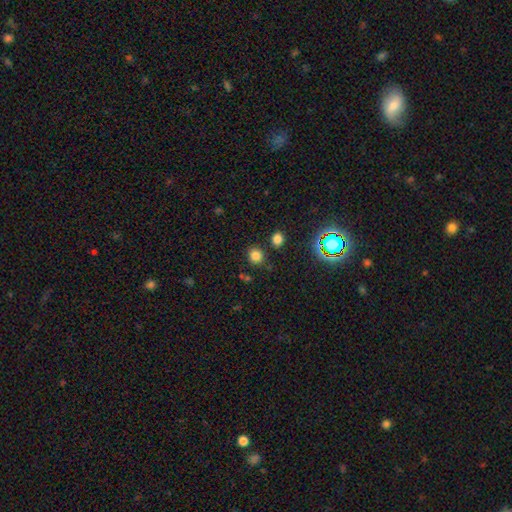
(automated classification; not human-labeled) This appears to be a smooth galaxy with no disk features (79%) that is round (83%). Merging: none (83%).